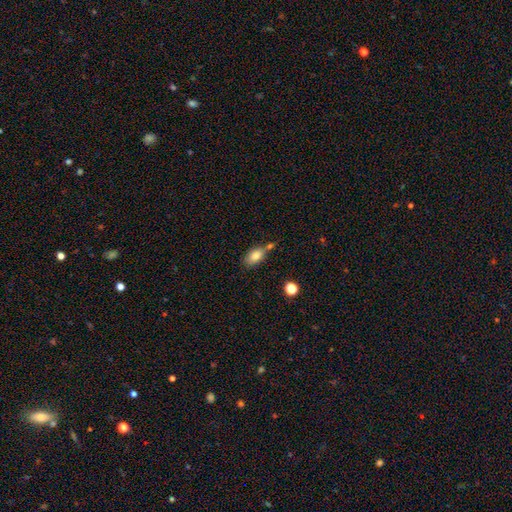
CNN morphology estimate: type=smooth (81%); roundness=in between (88%); merging=none (52%).